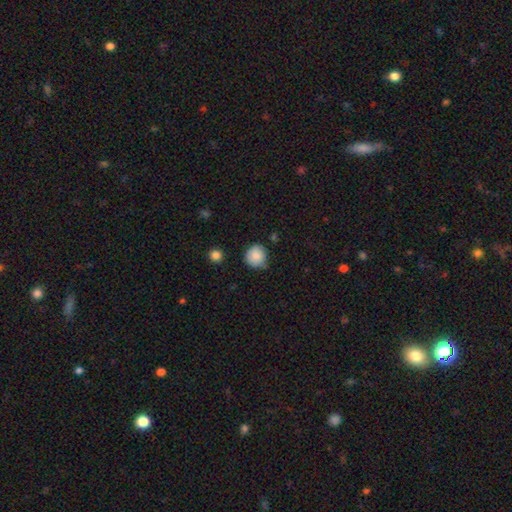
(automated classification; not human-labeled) smooth 86%, star or artifact 9%, featured or disk 5%. Down the decision tree: how rounded — round (91%); merging — none (69%).